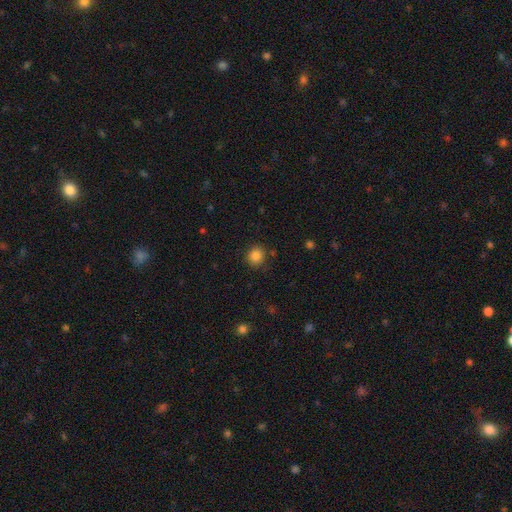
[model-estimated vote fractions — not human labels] Smooth or featured? smooth (85%)
How rounded? round (85%)
Merging? none (87%)